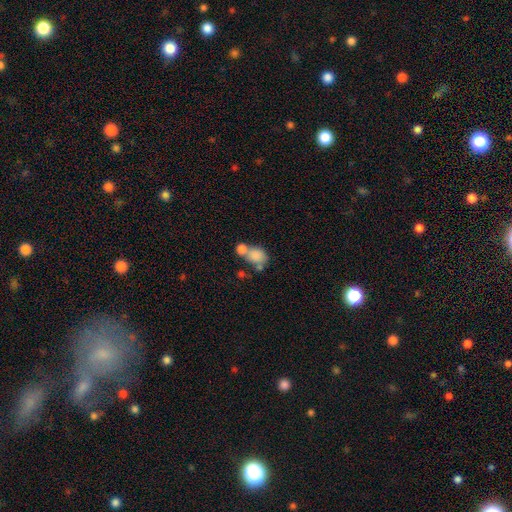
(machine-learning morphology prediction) Overall: smooth (79%). How rounded: in between (50%; round 48%). Merging: merger (56%; none 27%).